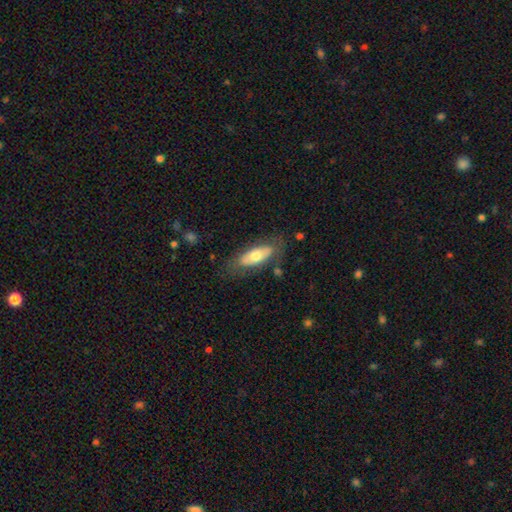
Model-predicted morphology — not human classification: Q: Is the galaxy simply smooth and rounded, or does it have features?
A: smooth — 58%.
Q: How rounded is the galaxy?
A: in between — 74%.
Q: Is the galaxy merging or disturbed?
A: none — 73%.